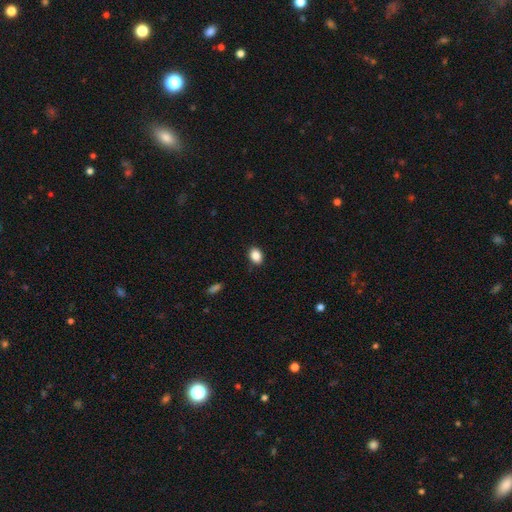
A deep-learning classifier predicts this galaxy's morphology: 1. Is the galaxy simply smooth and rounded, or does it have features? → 87% smooth, 9% star or artifact, 4% featured or disk.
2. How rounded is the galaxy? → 70% in between, 29% round, 1% cigar-shaped.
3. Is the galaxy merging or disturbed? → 88% none, 9% minor disturbance, 2% major disturbance, 1% merger.